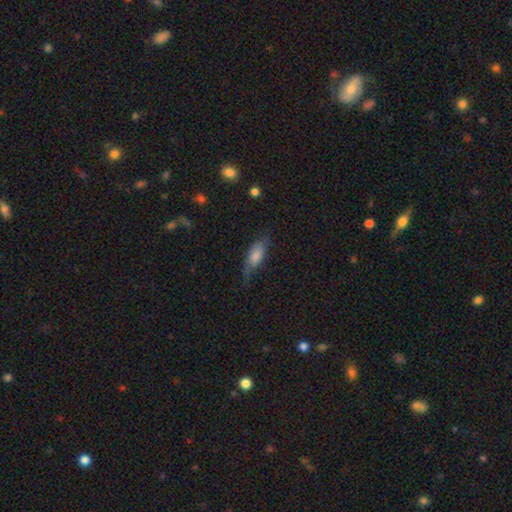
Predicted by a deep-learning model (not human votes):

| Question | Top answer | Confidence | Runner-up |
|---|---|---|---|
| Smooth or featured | smooth | 67% | featured or disk (25%) |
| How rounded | in between | 67% | cigar-shaped (30%) |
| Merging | none | 53% | minor disturbance (31%) |